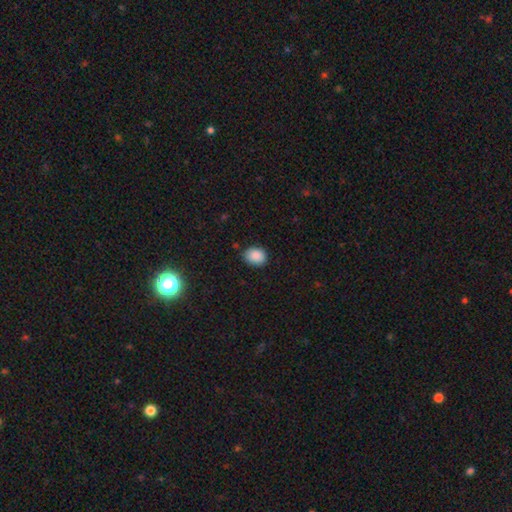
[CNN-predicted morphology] Smooth or featured?
  - smooth: 88% *
  - star or artifact: 8%
  - featured or disk: 3%
How rounded?
  - in between: 57% *
  - round: 42%
  - cigar-shaped: 1%
Merging?
  - none: 81% *
  - minor disturbance: 15%
  - major disturbance: 3%
  - merger: 1%